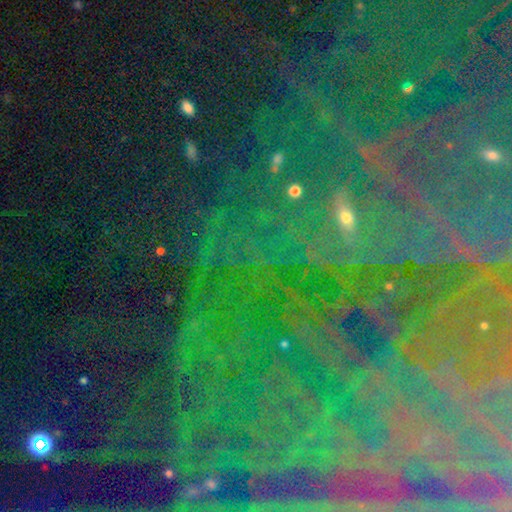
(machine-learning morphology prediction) Q: Smooth or featured?
A: star or artifact (75%); runner-up: featured or disk (16%)